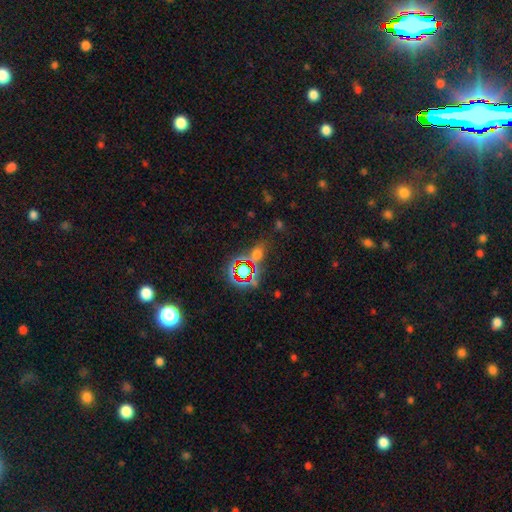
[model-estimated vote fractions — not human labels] This appears to be a star or artifact, not a galaxy (64%).